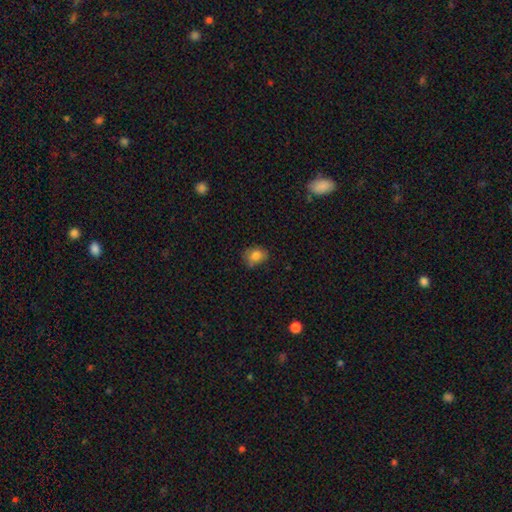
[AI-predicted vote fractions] Morphology: type=smooth (82%); roundness=in between (52%); merging=none (68%).